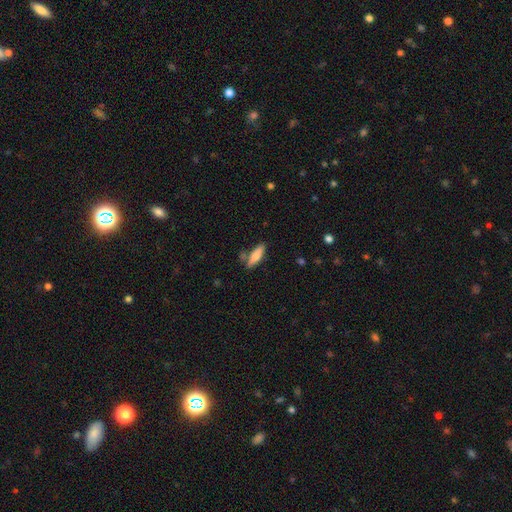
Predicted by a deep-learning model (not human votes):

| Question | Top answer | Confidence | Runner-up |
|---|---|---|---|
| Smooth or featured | smooth | 72% | featured or disk (21%) |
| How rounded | cigar-shaped | 56% | in between (42%) |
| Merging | none | 72% | minor disturbance (15%) |